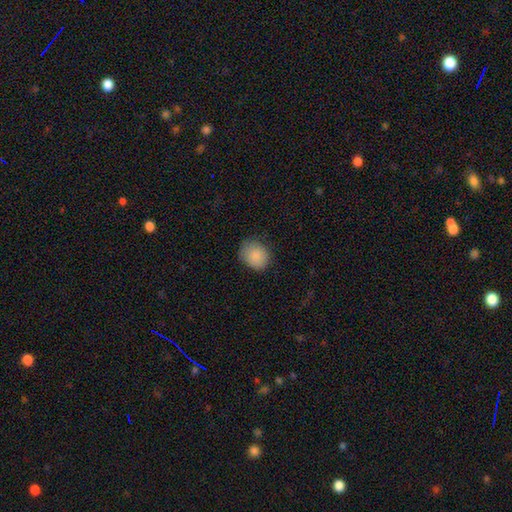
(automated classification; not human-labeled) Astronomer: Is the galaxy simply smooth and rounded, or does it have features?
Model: smooth — 88%.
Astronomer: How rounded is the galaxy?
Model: round — 60% (runner-up: in between, 39%).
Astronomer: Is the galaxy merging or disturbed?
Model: none — 77%.